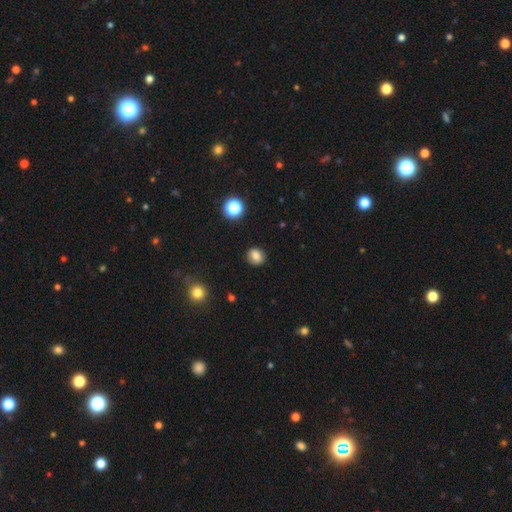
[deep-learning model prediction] Overall: smooth (80%). How rounded: round (76%). Merging: none (89%).